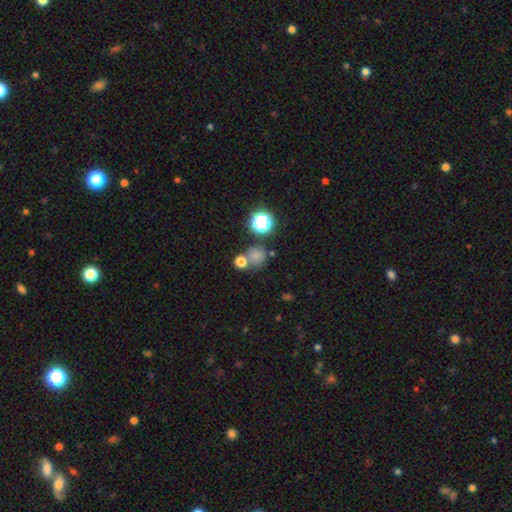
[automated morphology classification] smooth-or-featured: smooth: 71% | star or artifact: 21% | featured or disk: 7%
  how-rounded: round: 88% | in between: 11% | cigar-shaped: 1%
  merging: none: 63% | merger: 21% | minor disturbance: 11% | major disturbance: 5%